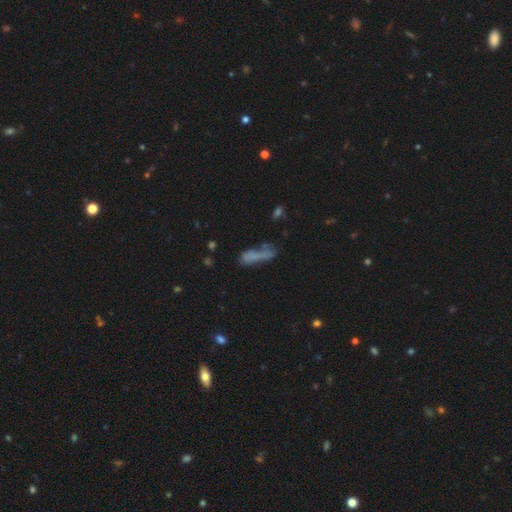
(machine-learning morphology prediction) The model was most divided on "merging": none: 40%, minor disturbance: 23%, major disturbance: 20%, merger: 17%. More confident: smooth or featured — smooth (61%); how rounded — cigar-shaped (59%).